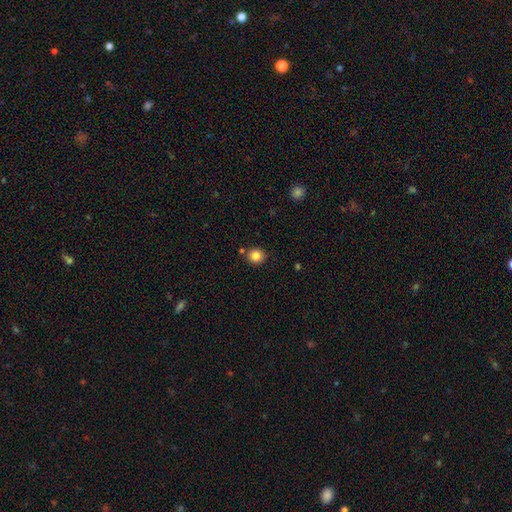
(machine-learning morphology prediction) Smooth or featured? smooth (84%)
How rounded? round (90%)
Merging? none (85%)